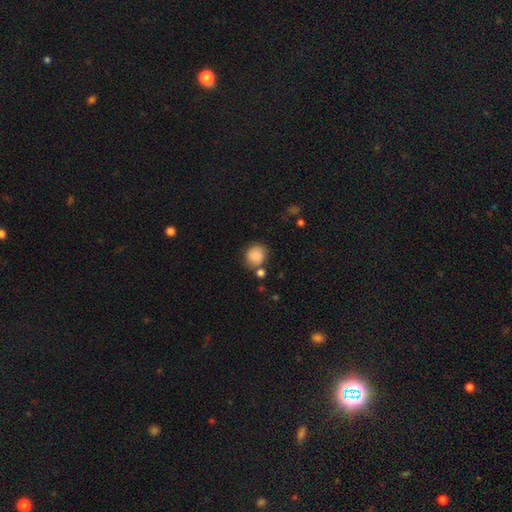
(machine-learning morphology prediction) Smooth or featured? smooth (86%)
How rounded? round (78%)
Merging? none (71%)